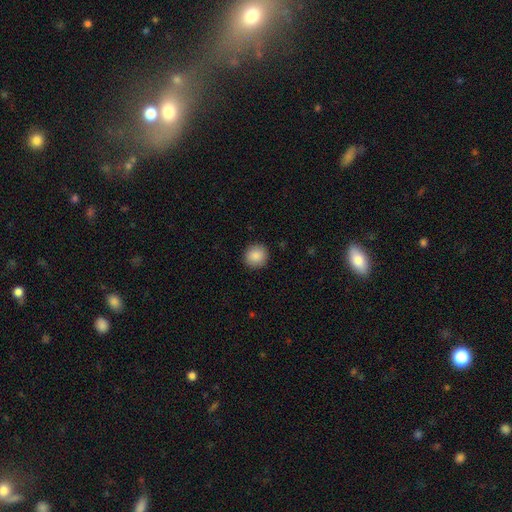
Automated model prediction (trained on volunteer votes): smooth 88%, star or artifact 8%, featured or disk 4%. Down the decision tree: how rounded — round (92%); merging — none (92%).